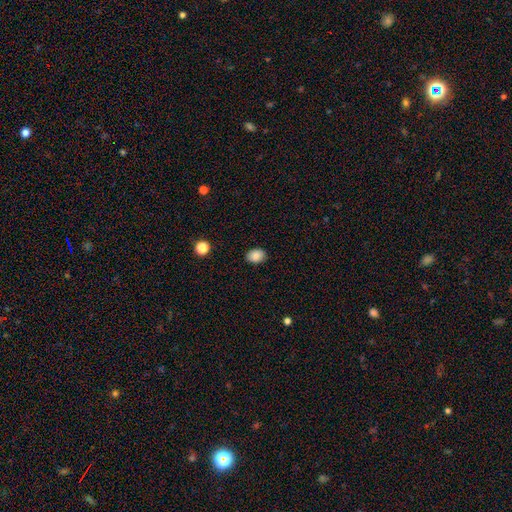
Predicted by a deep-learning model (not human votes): Smooth or featured?
  - smooth: 87% *
  - star or artifact: 9%
  - featured or disk: 4%
How rounded?
  - in between: 72% *
  - round: 27%
  - cigar-shaped: 1%
Merging?
  - none: 88% *
  - minor disturbance: 9%
  - major disturbance: 2%
  - merger: 1%